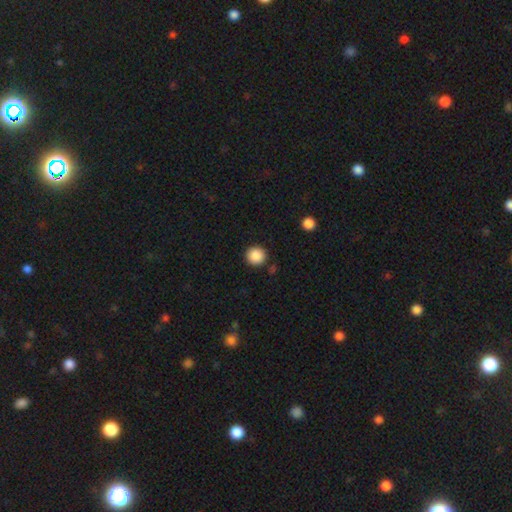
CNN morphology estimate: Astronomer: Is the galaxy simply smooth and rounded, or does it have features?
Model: smooth — 88%.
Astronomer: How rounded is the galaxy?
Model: round — 94%.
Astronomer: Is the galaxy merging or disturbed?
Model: none — 90%.